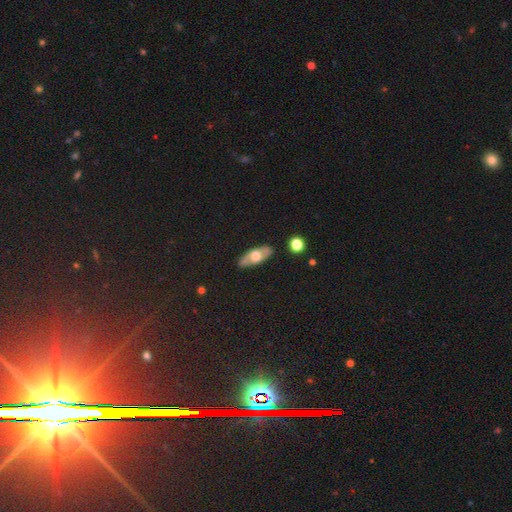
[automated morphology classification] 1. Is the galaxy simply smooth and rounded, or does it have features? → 49% featured or disk, 43% smooth, 8% star or artifact.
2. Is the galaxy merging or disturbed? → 85% none, 11% minor disturbance, 2% major disturbance, 2% merger.